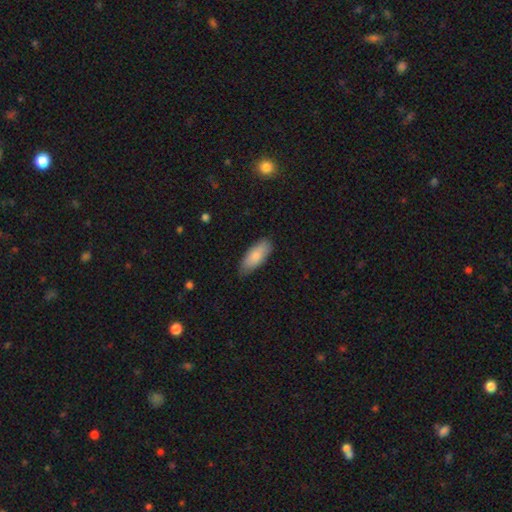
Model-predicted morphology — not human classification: Smooth or featured?
  - smooth: 84% *
  - featured or disk: 11%
  - star or artifact: 5%
How rounded?
  - in between: 79% *
  - cigar-shaped: 19%
  - round: 2%
Merging?
  - none: 78% *
  - minor disturbance: 18%
  - major disturbance: 3%
  - merger: 1%